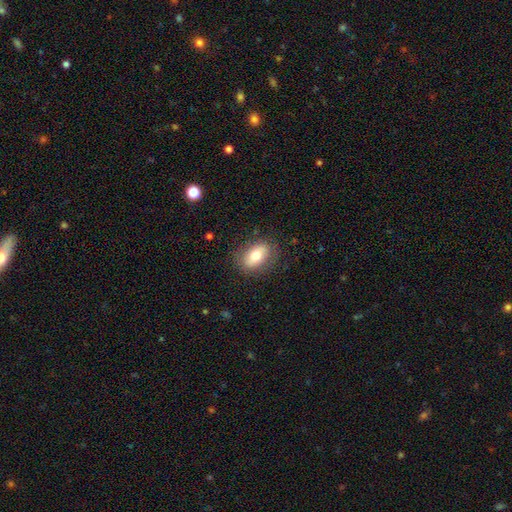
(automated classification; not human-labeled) Smooth or featured: smooth — 73% (featured or disk — 20%)
How rounded: in between — 85% (round — 13%)
Merging: none — 81% (minor disturbance — 13%)